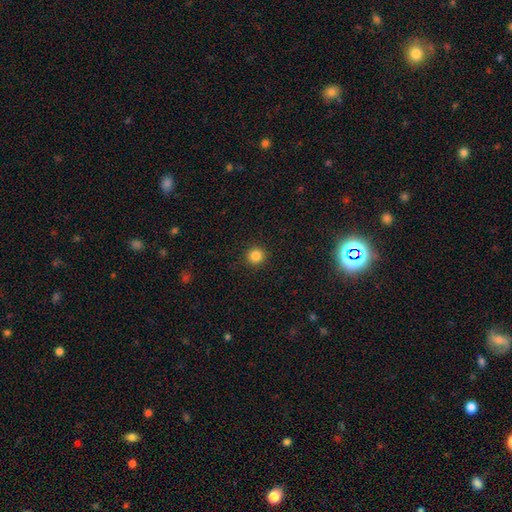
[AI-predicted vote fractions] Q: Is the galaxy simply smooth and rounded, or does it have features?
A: smooth — 84%.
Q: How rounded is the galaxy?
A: round — 94%.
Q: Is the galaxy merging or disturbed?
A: none — 92%.